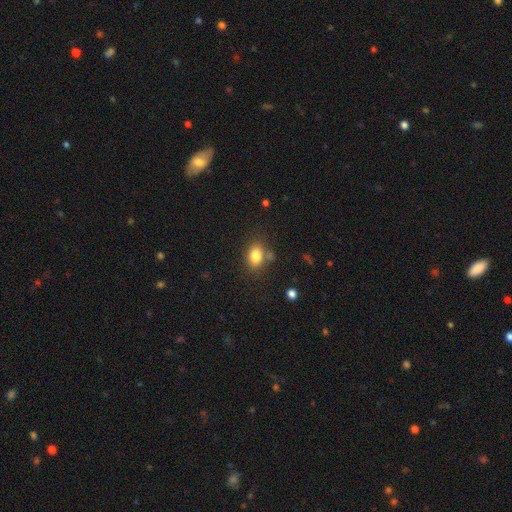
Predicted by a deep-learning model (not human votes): A smooth galaxy with no disk features (82%) that is in between round and cigar-shaped (74%). Merging: none (73%).